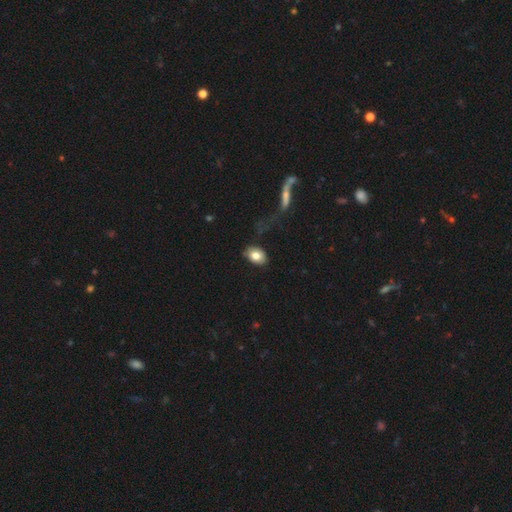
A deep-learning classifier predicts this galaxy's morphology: Overall: smooth (79%). How rounded: in between (80%). Merging: none (73%).